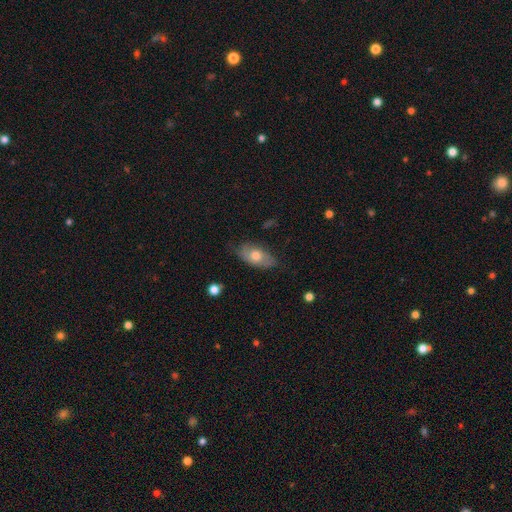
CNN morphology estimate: Overall: smooth (64%; featured or disk 30%). How rounded: in between (90%). Merging: none (70%).